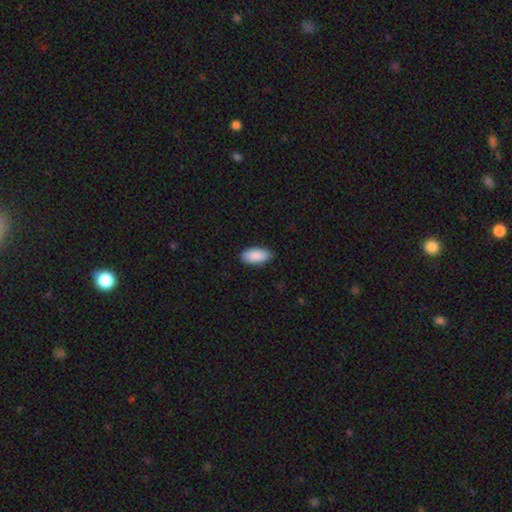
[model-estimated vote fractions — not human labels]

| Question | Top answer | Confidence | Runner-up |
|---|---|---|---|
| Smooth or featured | smooth | 90% | star or artifact (6%) |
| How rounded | in between | 93% | cigar-shaped (5%) |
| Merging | none | 80% | minor disturbance (17%) |